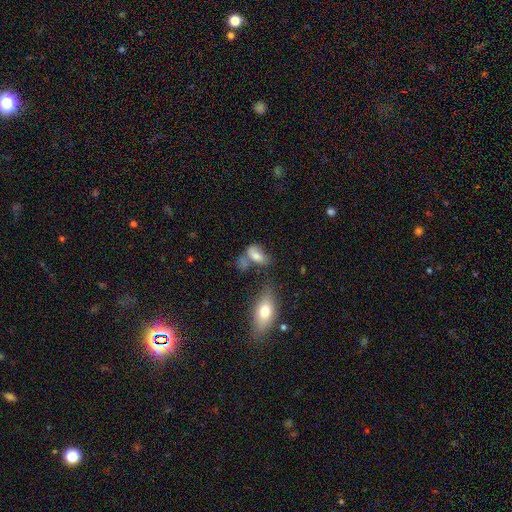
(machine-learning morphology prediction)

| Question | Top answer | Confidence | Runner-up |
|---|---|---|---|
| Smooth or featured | smooth | 72% | featured or disk (18%) |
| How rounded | in between | 87% | round (7%) |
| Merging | none | 32% | merger (31%) |